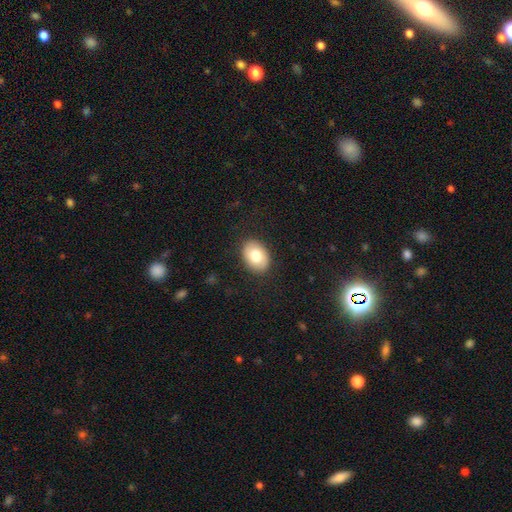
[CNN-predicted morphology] The model was most divided on "smooth or featured": smooth: 78%, featured or disk: 15%, star or artifact: 7%. More confident: merging — none (88%); how rounded — in between (81%).